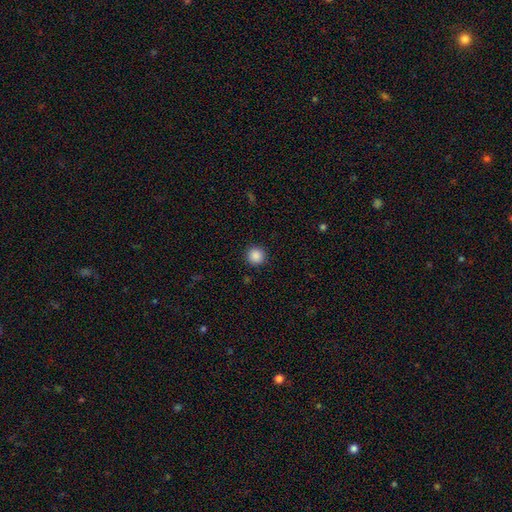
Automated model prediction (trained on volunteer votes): A smooth galaxy with no disk features (88%) that is round (95%).

Vote fractions:
- Smooth or featured? smooth: 88% / star or artifact: 9% / featured or disk: 3%
- How rounded? round: 95% / in between: 4% / cigar-shaped: 1%
- Merging? none: 92% / minor disturbance: 5% / major disturbance: 2% / merger: 1%